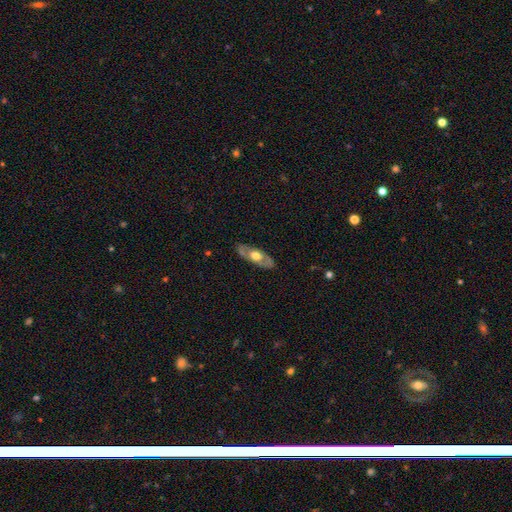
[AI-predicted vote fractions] Smooth or featured? Predicted: featured or disk (p=0.56). Edge-on disk? Predicted: no (p=0.71). Merging? Predicted: none (p=0.83).